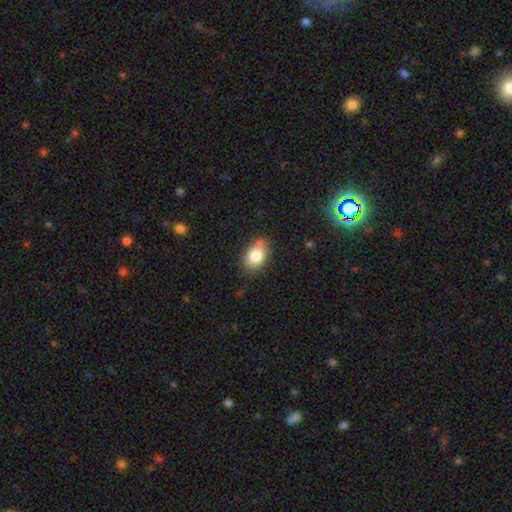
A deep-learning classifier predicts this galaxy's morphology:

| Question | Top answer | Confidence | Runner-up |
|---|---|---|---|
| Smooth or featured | smooth | 81% | featured or disk (11%) |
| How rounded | in between | 84% | round (14%) |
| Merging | none | 69% | minor disturbance (21%) |